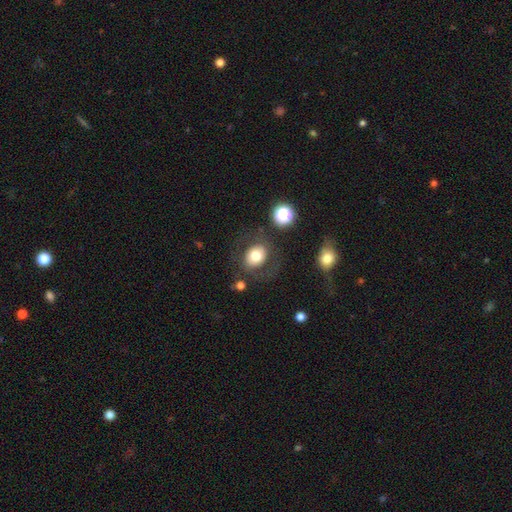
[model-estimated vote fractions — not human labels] Smooth or featured: smooth — 69% (featured or disk — 22%)
How rounded: round — 53% (in between — 46%)
Merging: none — 73% (minor disturbance — 13%)